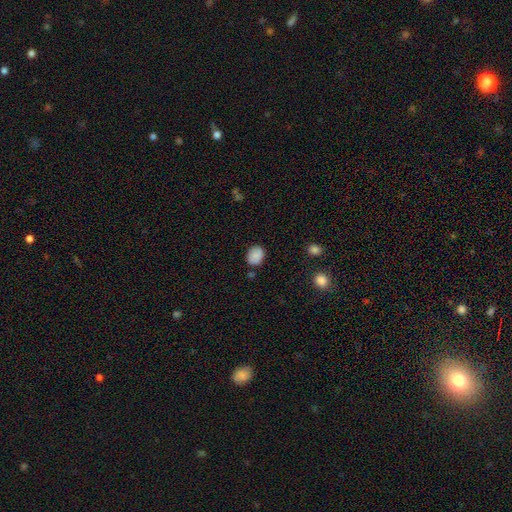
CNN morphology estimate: smooth-or-featured: smooth: 83% | star or artifact: 9% | featured or disk: 8%
  how-rounded: in between: 51% | round: 49% | cigar-shaped: 1%
  merging: none: 79% | minor disturbance: 15% | major disturbance: 3% | merger: 3%